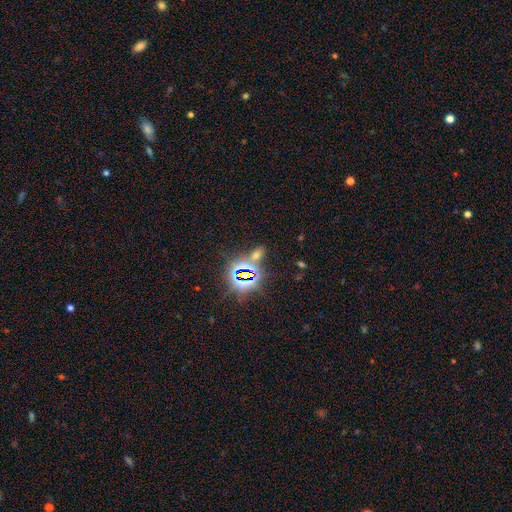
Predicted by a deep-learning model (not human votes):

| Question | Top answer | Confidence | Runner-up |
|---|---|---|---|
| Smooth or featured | star or artifact | 56% | smooth (36%) |